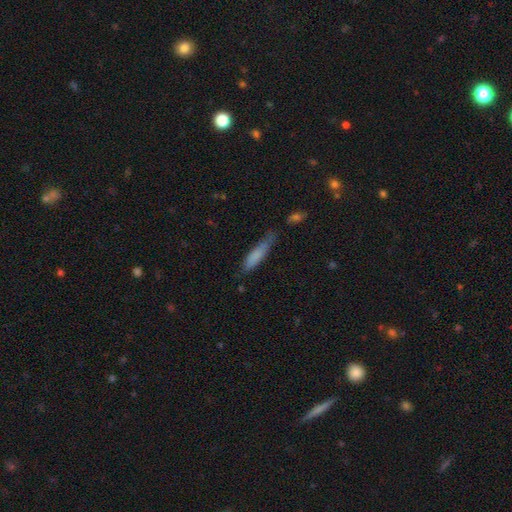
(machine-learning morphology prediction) Smooth or featured?
  - smooth: 78% *
  - featured or disk: 15%
  - star or artifact: 7%
How rounded?
  - cigar-shaped: 78% *
  - in between: 21%
  - round: 1%
Merging?
  - none: 52% *
  - minor disturbance: 33%
  - major disturbance: 10%
  - merger: 5%